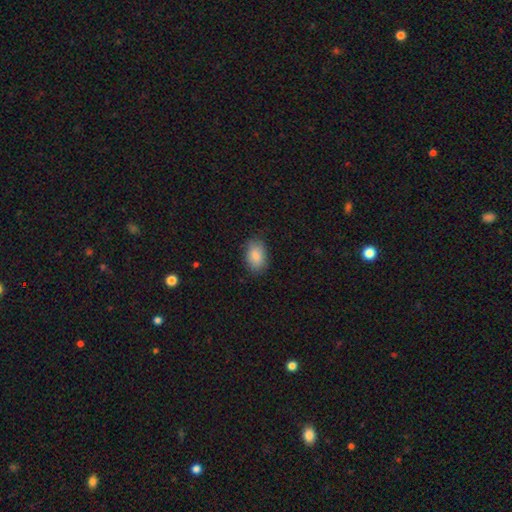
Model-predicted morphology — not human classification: Smooth or featured? Predicted: smooth (p=0.87). How rounded? Predicted: in between (p=0.89). Merging? Predicted: none (p=0.81).